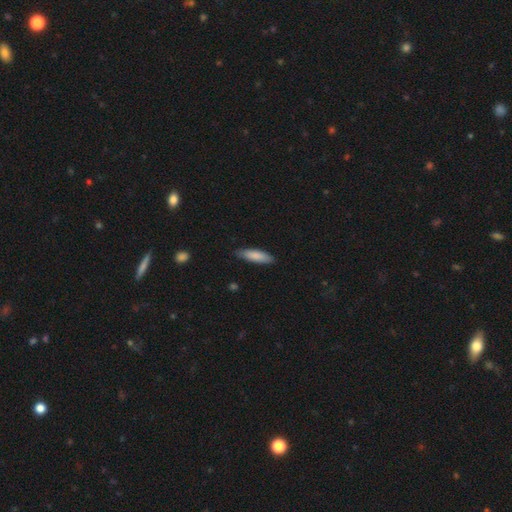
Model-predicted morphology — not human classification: This appears to be a smooth galaxy with no disk features (84%) that is cigar-shaped (56%). Merging: none (84%).